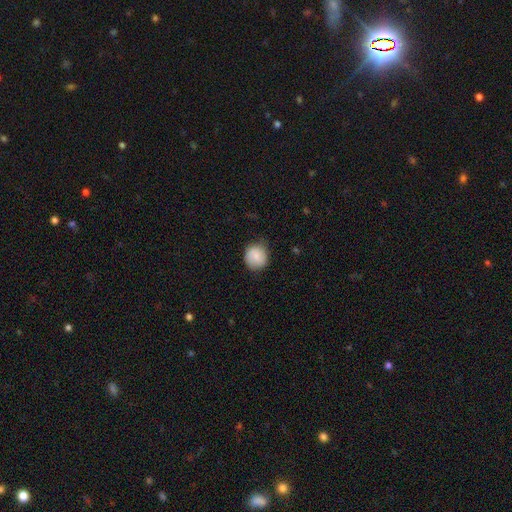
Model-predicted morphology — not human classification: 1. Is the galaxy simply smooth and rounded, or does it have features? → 80% smooth, 13% featured or disk, 7% star or artifact.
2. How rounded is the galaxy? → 86% round, 13% in between, 1% cigar-shaped.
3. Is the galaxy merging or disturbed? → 73% none, 21% minor disturbance, 4% major disturbance, 1% merger.